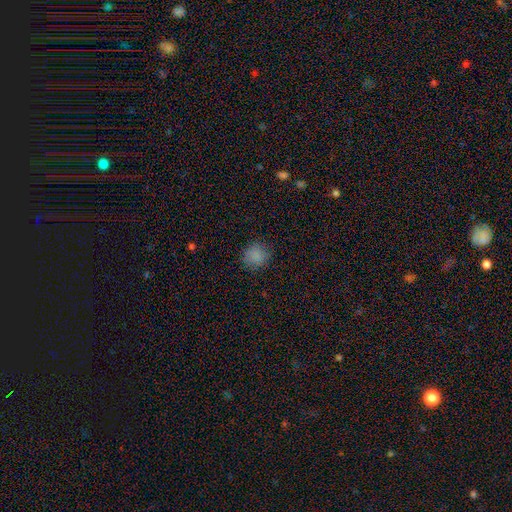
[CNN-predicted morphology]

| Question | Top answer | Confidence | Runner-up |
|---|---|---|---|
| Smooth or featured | smooth | 83% | star or artifact (12%) |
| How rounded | round | 87% | in between (12%) |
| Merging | none | 85% | minor disturbance (11%) |